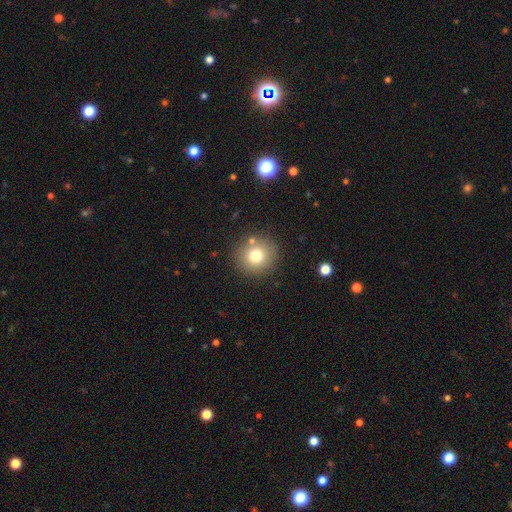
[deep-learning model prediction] This appears to be a smooth galaxy with no disk features (76%) that is round (91%). Merging: none (83%).